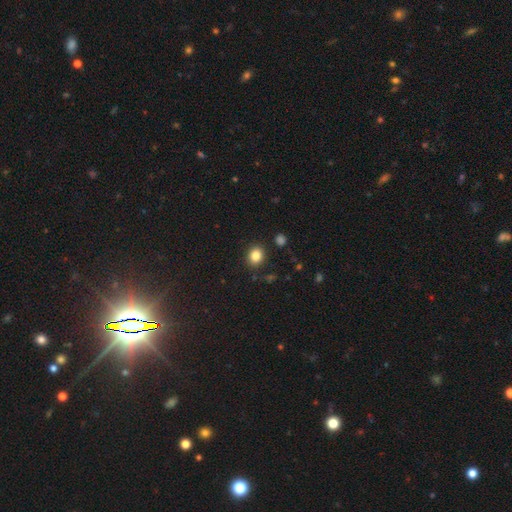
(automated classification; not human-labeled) smooth 84%, star or artifact 11%, featured or disk 5%. Down the decision tree: how rounded — round (65%); merging — none (88%).